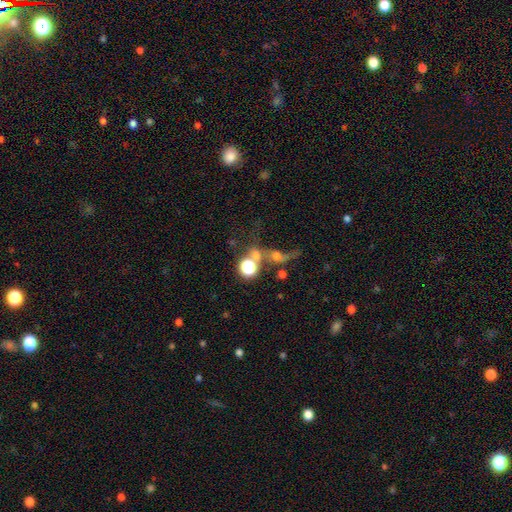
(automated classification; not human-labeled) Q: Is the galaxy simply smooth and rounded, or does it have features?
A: star or artifact — 48%.